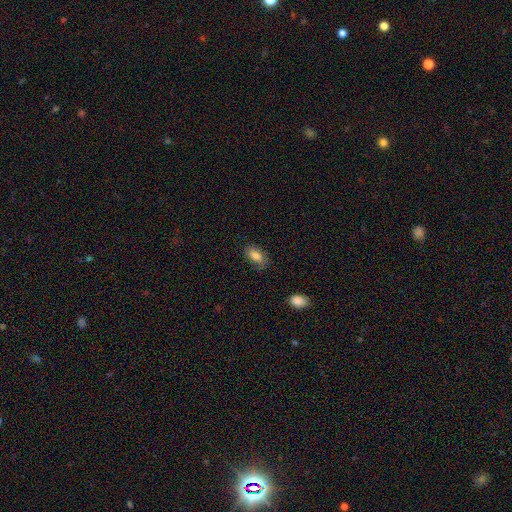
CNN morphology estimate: smooth-or-featured: smooth: 81% | featured or disk: 11% | star or artifact: 8%
  how-rounded: in between: 91% | round: 5% | cigar-shaped: 4%
  merging: none: 76% | minor disturbance: 19% | major disturbance: 4% | merger: 1%